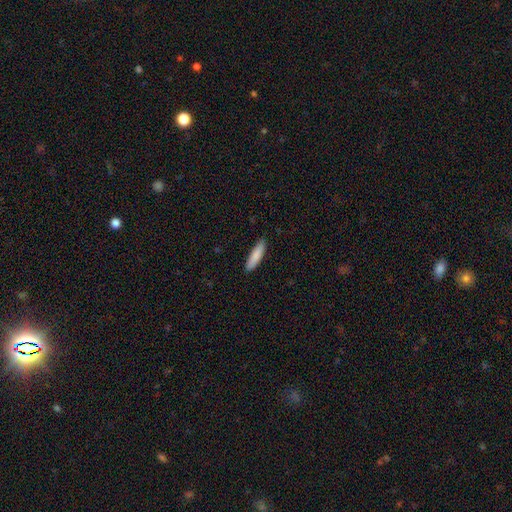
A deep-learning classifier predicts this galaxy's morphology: Smooth or featured: smooth — 86% (featured or disk — 9%)
How rounded: cigar-shaped — 73% (in between — 26%)
Merging: none — 88% (minor disturbance — 9%)